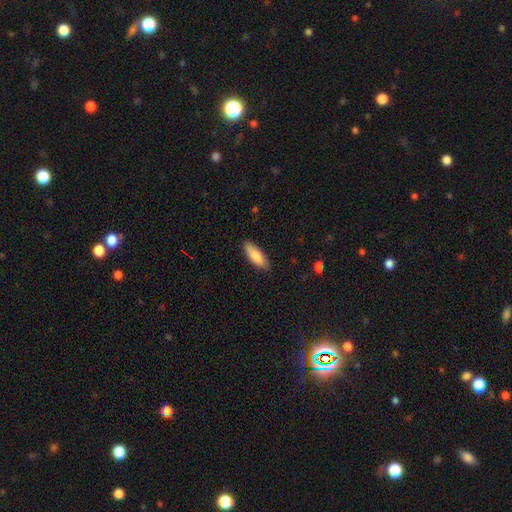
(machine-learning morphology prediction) Smooth or featured? smooth (87%)
How rounded? in between (68%)
Merging? none (85%)